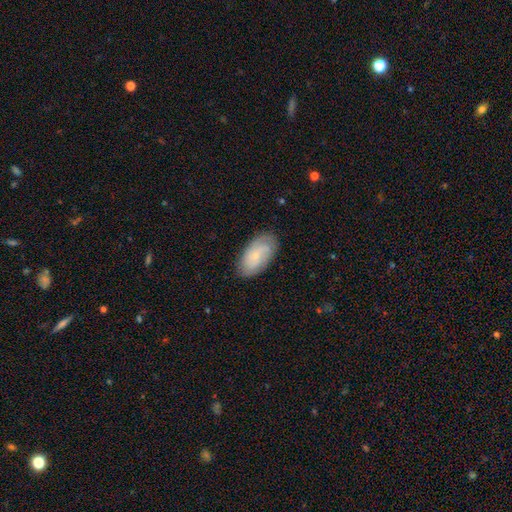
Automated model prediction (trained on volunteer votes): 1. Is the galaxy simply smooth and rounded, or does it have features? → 49% featured or disk, 44% smooth, 7% star or artifact.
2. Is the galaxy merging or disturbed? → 79% none, 16% minor disturbance, 4% major disturbance, 1% merger.